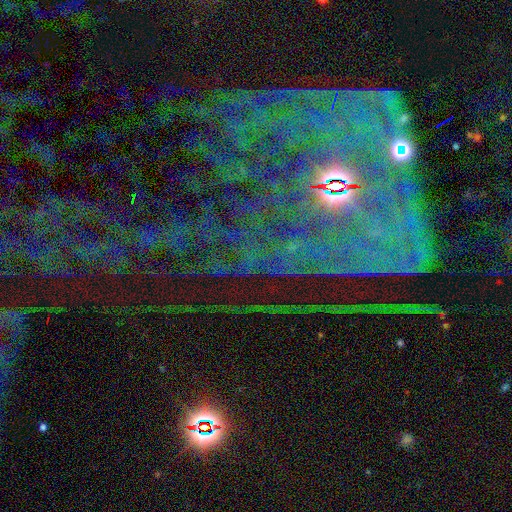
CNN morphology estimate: star or artifact 72%, featured or disk 18%, smooth 10%.